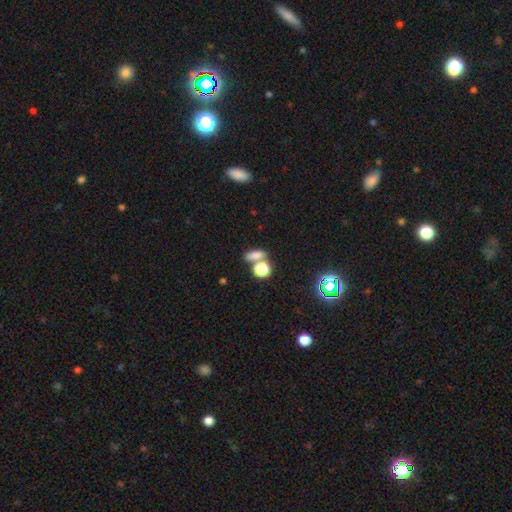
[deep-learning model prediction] The model was most divided on "merging": none: 51%, merger: 34%, minor disturbance: 10%, major disturbance: 5%. More confident: smooth or featured — smooth (75%); how rounded — in between (61%).